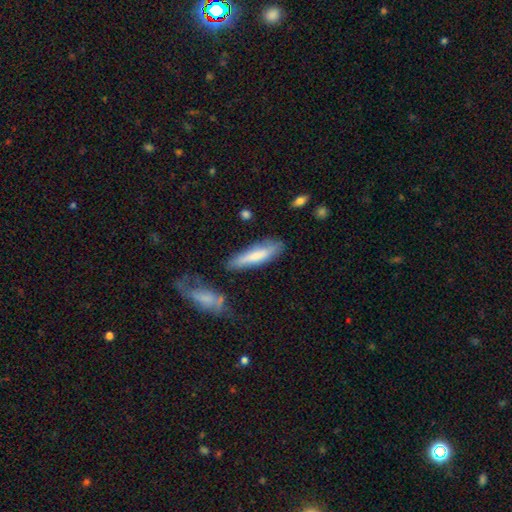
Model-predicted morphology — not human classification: smooth_or_featured: smooth (p=0.71) [alt: featured or disk p=0.23]
how_rounded: cigar-shaped (p=0.73) [alt: in between p=0.25]
merging: none (p=0.73) [alt: minor disturbance p=0.18]